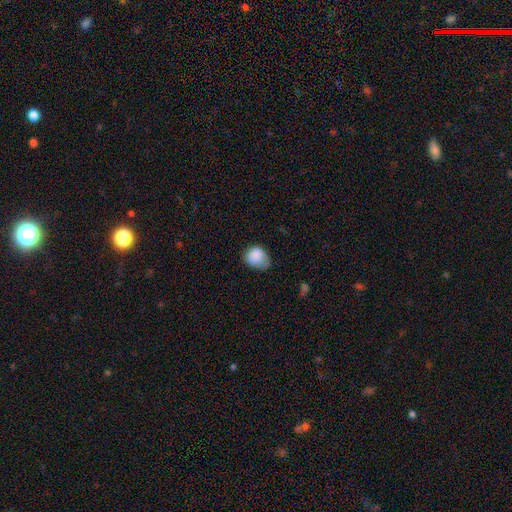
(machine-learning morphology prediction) Smooth or featured? Predicted: smooth (p=0.86). How rounded? Predicted: round (p=0.54). Merging? Predicted: none (p=0.46).